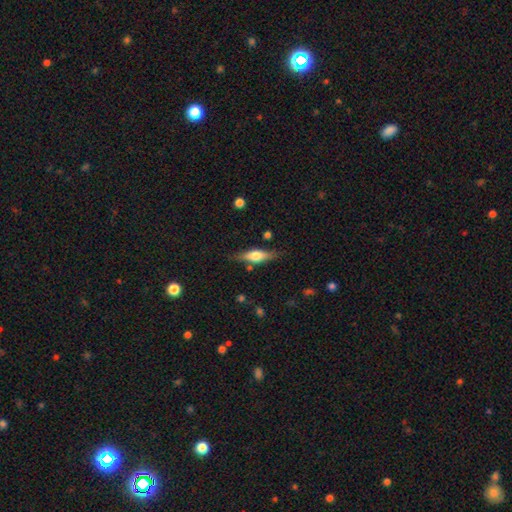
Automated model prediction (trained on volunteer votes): Q: Smooth or featured?
A: featured or disk (50%); runner-up: smooth (44%)
Q: Merging?
A: none (79%); runner-up: minor disturbance (14%)